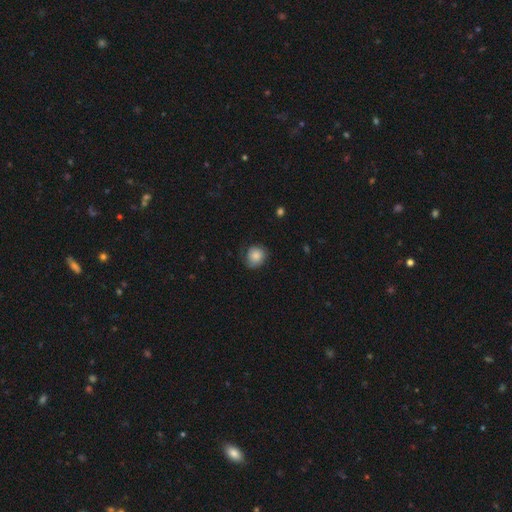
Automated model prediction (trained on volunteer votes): Smooth or featured?
  - smooth: 78% *
  - featured or disk: 15%
  - star or artifact: 8%
How rounded?
  - round: 81% *
  - in between: 18%
  - cigar-shaped: 1%
Merging?
  - none: 67% *
  - minor disturbance: 23%
  - major disturbance: 9%
  - merger: 1%